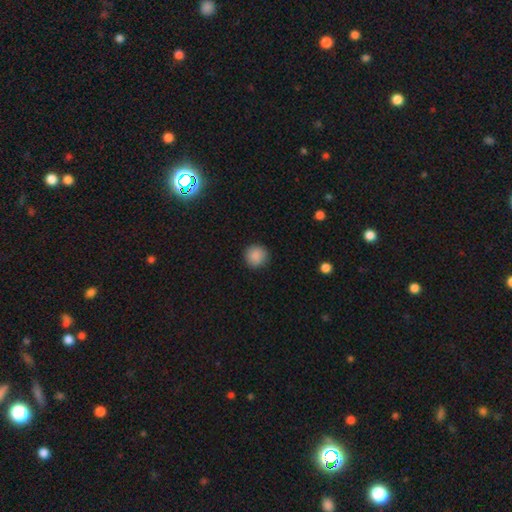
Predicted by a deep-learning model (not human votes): Q: Smooth or featured?
A: smooth (88%); runner-up: star or artifact (8%)
Q: How rounded?
A: round (94%); runner-up: in between (5%)
Q: Merging?
A: none (90%); runner-up: minor disturbance (7%)